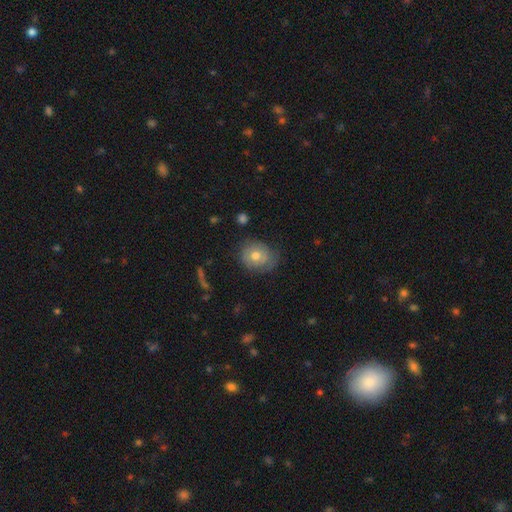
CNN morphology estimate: This appears to be a smooth galaxy with no disk features (60%) that is round (79%). Merging: none (64%).